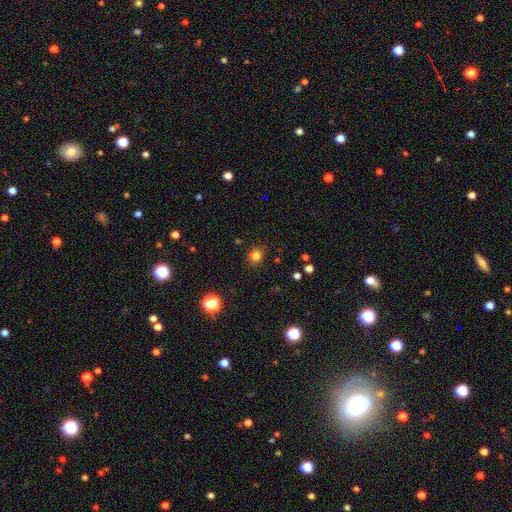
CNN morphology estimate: smooth-or-featured: smooth: 80% | star or artifact: 16% | featured or disk: 4%
  how-rounded: round: 85% | in between: 14% | cigar-shaped: 1%
  merging: none: 86% | minor disturbance: 9% | major disturbance: 3% | merger: 1%